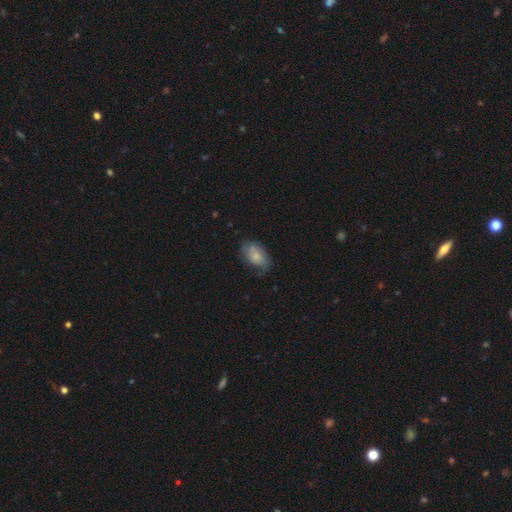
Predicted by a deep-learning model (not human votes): A smooth galaxy with no disk features (70%) that is in between round and cigar-shaped (91%). Merging: none (61%).